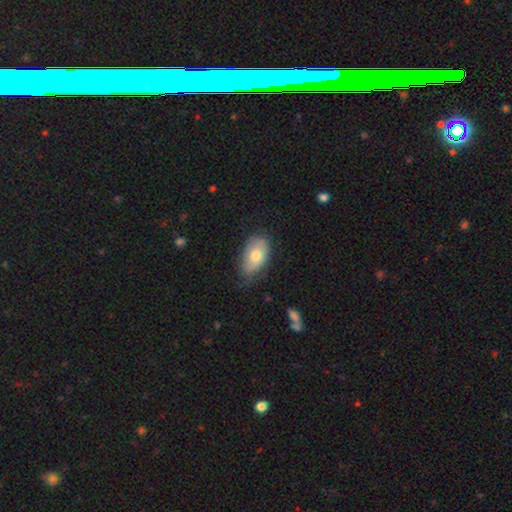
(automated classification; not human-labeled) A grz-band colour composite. It shows a smooth galaxy with no disk features (74%) that is in between round and cigar-shaped (93%). Merging: none (62%).